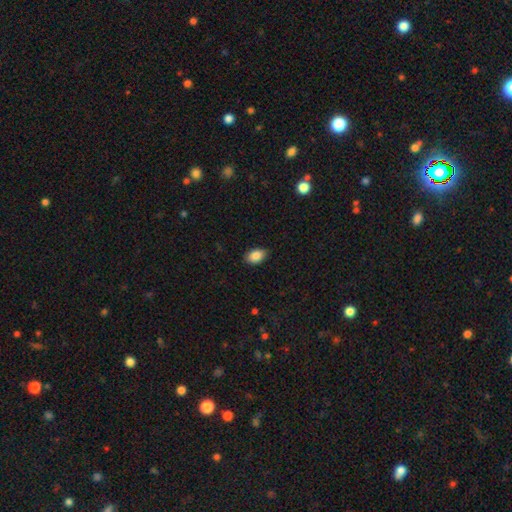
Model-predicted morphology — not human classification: Smooth or featured? smooth (87%)
How rounded? in between (86%)
Merging? none (86%)